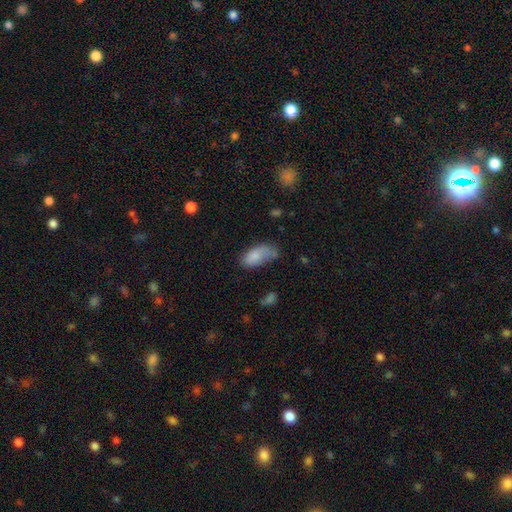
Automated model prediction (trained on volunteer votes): smooth-or-featured: smooth: 81% | featured or disk: 11% | star or artifact: 8%
  how-rounded: in between: 91% | cigar-shaped: 7% | round: 3%
  merging: none: 44% | minor disturbance: 33% | major disturbance: 15% | merger: 9%